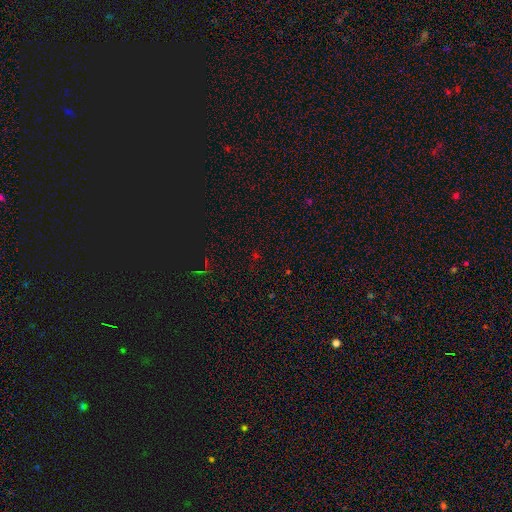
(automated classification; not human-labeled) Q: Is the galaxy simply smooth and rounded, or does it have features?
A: star or artifact — 70%.